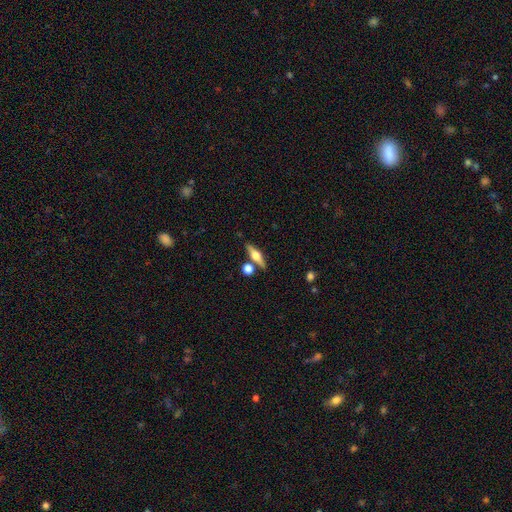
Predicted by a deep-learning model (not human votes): A featured or disk galaxy (63%) viewed edge-on (95%) with a rounded central bulge (94%).

Vote fractions:
- Smooth or featured? featured or disk: 63% / smooth: 30% / star or artifact: 7%
- Edge-on disk? yes: 95% / no: 5%
- Edge-on bulge? rounded: 94% / boxy: 4% / none: 2%
- Merging? none: 79% / merger: 9% / minor disturbance: 9% / major disturbance: 3%